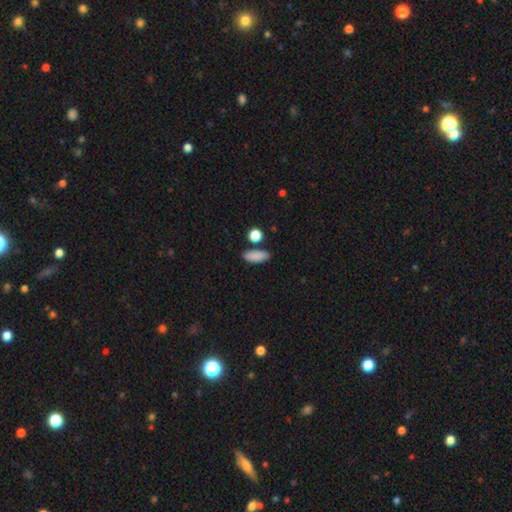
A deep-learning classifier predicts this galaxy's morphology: Q: Smooth or featured?
A: smooth (87%); runner-up: star or artifact (8%)
Q: How rounded?
A: in between (79%); runner-up: cigar-shaped (16%)
Q: Merging?
A: none (79%); runner-up: minor disturbance (11%)